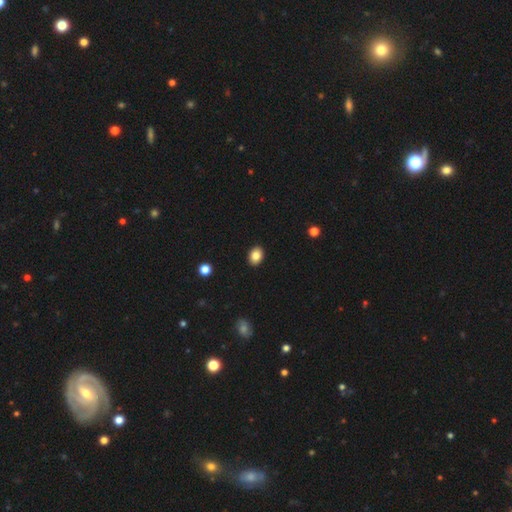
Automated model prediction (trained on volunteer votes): Morphology: type=smooth (85%); roundness=in between (67%); merging=none (91%).